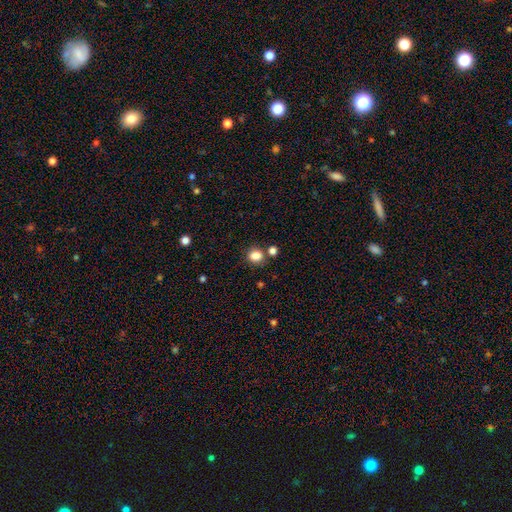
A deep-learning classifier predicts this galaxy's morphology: Smooth or featured? Predicted: smooth (p=0.84). How rounded? Predicted: round (p=0.64). Merging? Predicted: none (p=0.75).